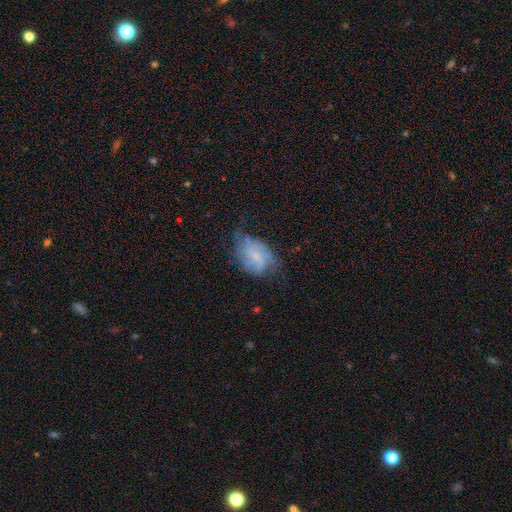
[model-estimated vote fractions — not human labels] featured or disk 53%, smooth 38%, star or artifact 9%. Down the decision tree: edge-on disk — no (97%); bar — weak (47%); spiral arms — yes (78%); bulge size — small (55%); merging — none (46%).